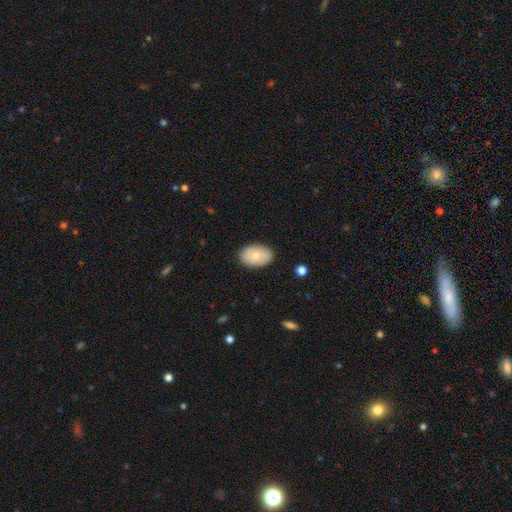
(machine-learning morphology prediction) Smooth or featured: smooth — 77% (featured or disk — 17%)
How rounded: in between — 89% (round — 10%)
Merging: none — 87% (minor disturbance — 10%)